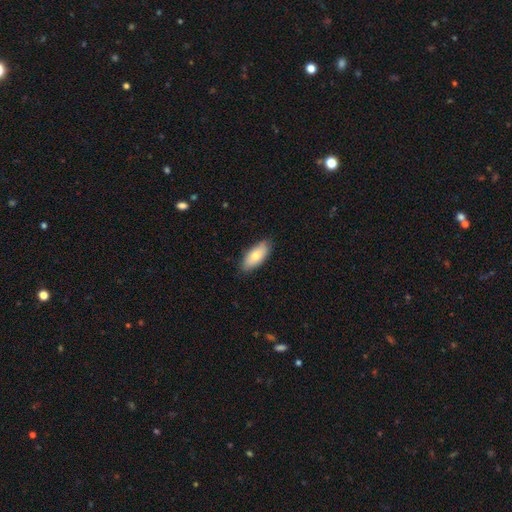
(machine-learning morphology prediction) Smooth or featured? Predicted: smooth (p=0.76). How rounded? Predicted: in between (p=0.86). Merging? Predicted: none (p=0.85).